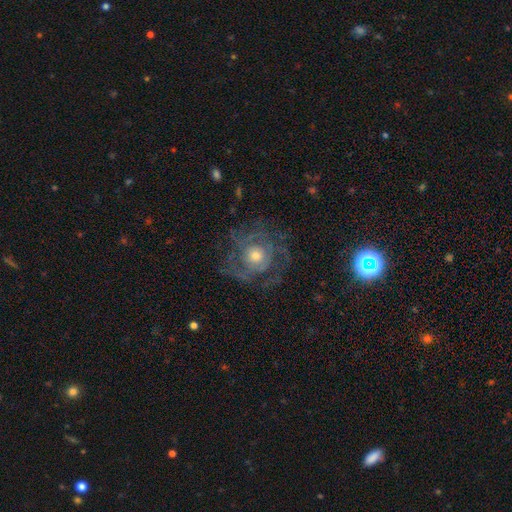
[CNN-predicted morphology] Smooth or featured? Predicted: featured or disk (p=0.77). Edge-on disk? Predicted: no (p=0.97). Bar? Predicted: no (p=0.83). Spiral arms? Predicted: yes (p=0.86). Spiral winding? Predicted: tight (p=0.53). Spiral arm count? Predicted: can't tell (p=0.39). Bulge size? Predicted: moderate (p=0.60). Merging? Predicted: none (p=0.69).